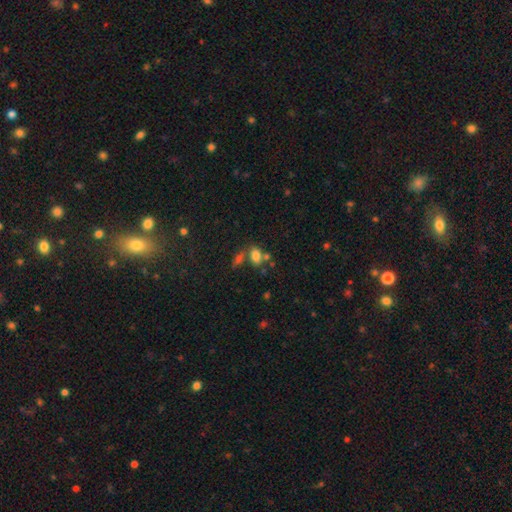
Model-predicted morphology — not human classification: This appears to be a smooth galaxy with no disk features (76%) that is in between round and cigar-shaped (82%). Merging: none (49%).